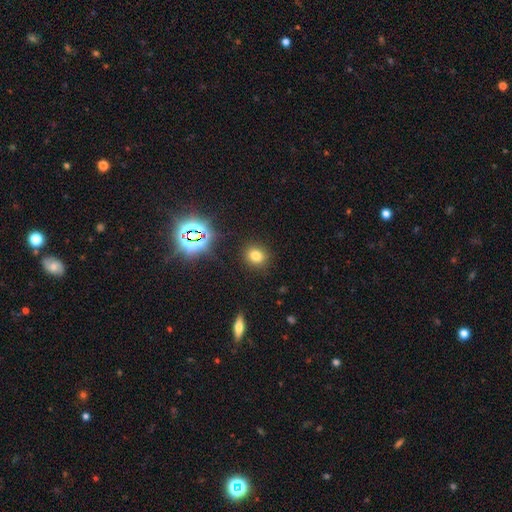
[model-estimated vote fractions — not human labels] Morphology: type=smooth (74%); roundness=round (76%); merging=none (89%).